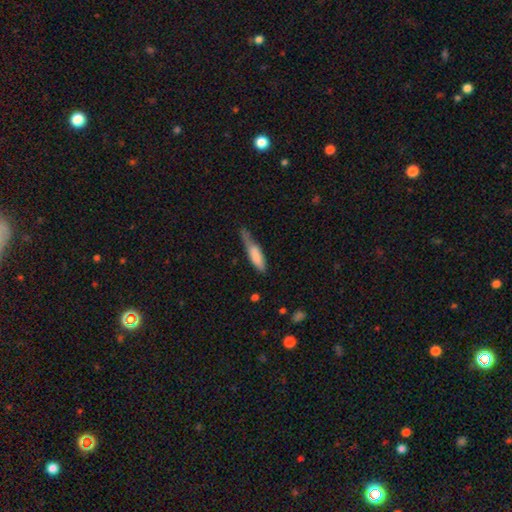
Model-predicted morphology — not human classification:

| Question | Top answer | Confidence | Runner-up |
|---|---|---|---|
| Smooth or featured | smooth | 74% | featured or disk (19%) |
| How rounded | cigar-shaped | 69% | in between (29%) |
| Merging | minor disturbance | 42% | none (34%) |